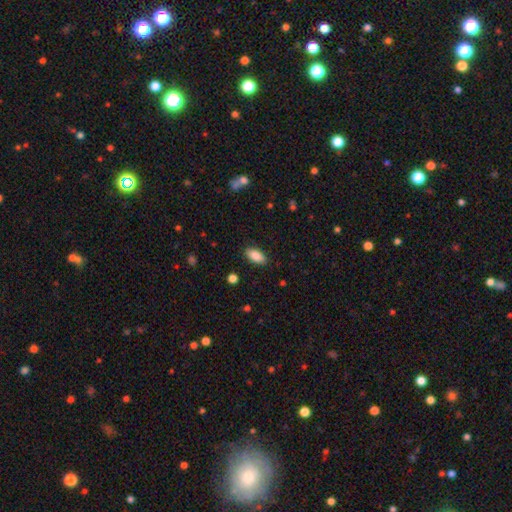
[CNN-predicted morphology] A smooth galaxy with no disk features (88%) that is in between round and cigar-shaped (90%).

Vote fractions:
- Smooth or featured? smooth: 88% / star or artifact: 7% / featured or disk: 5%
- How rounded? in between: 90% / cigar-shaped: 8% / round: 2%
- Merging? none: 88% / minor disturbance: 9% / major disturbance: 2% / merger: 1%